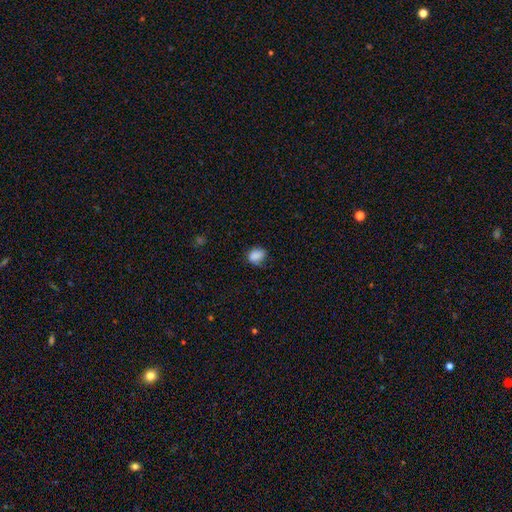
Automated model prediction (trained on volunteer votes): Q: Smooth or featured?
A: smooth (85%); runner-up: star or artifact (9%)
Q: How rounded?
A: in between (50%); runner-up: round (48%)
Q: Merging?
A: none (61%); runner-up: minor disturbance (30%)